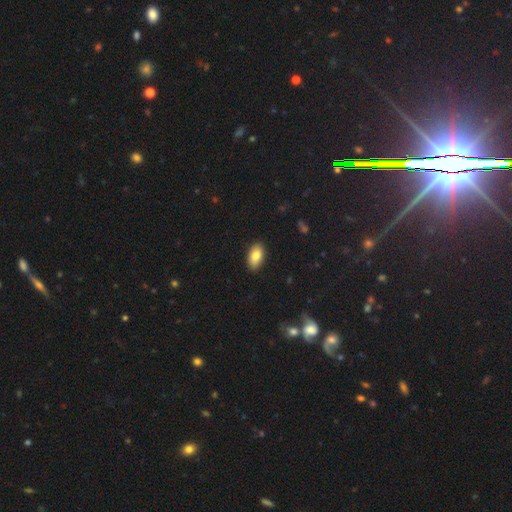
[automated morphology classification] smooth-or-featured: smooth: 84% | featured or disk: 9% | star or artifact: 7%
  how-rounded: in between: 93% | round: 4% | cigar-shaped: 3%
  merging: none: 88% | minor disturbance: 9% | major disturbance: 2% | merger: 1%